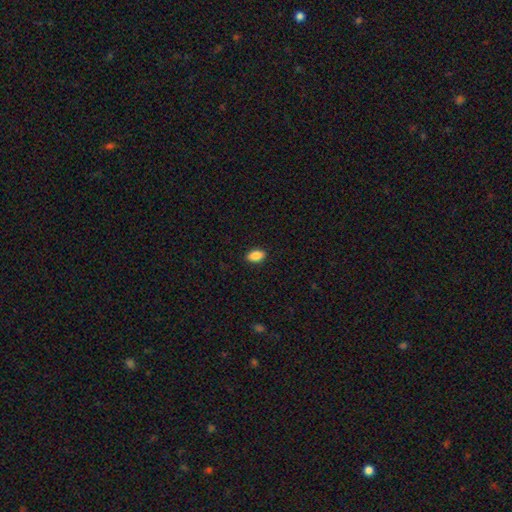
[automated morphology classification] The model was most divided on "smooth or featured": smooth: 89%, star or artifact: 8%, featured or disk: 3%. More confident: how rounded — in between (91%); merging — none (90%).